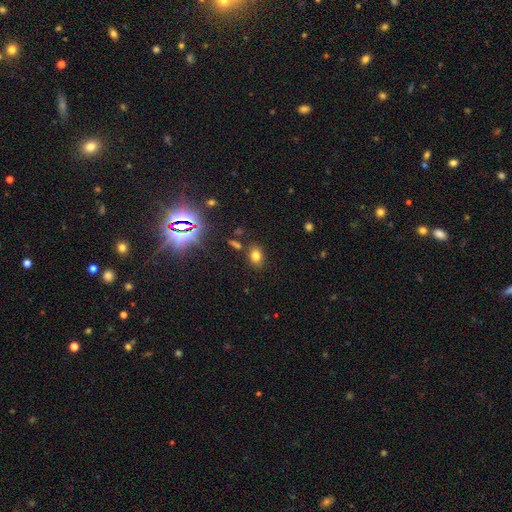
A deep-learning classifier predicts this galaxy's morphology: Smooth or featured?
  - smooth: 74% *
  - star or artifact: 18%
  - featured or disk: 8%
How rounded?
  - in between: 64% *
  - round: 35%
  - cigar-shaped: 1%
Merging?
  - none: 80% *
  - minor disturbance: 10%
  - merger: 6%
  - major disturbance: 3%